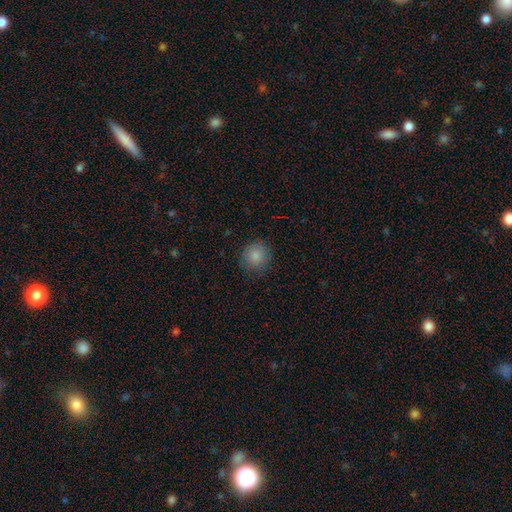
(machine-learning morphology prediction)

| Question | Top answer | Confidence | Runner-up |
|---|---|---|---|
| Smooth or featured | smooth | 85% | star or artifact (9%) |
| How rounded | round | 90% | in between (9%) |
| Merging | none | 85% | minor disturbance (11%) |